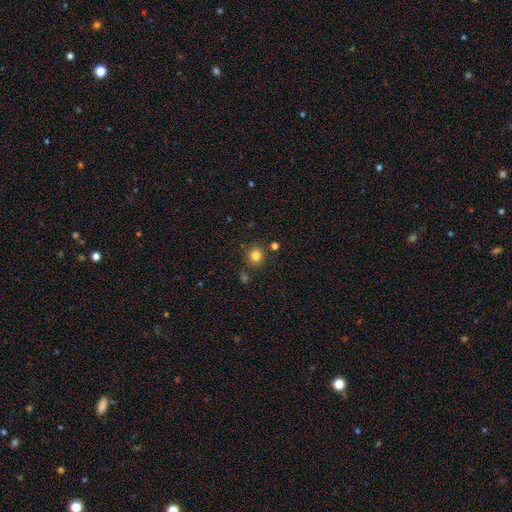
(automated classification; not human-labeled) Smooth or featured: smooth — 81% (star or artifact — 13%)
How rounded: round — 88% (in between — 11%)
Merging: none — 83% (minor disturbance — 9%)